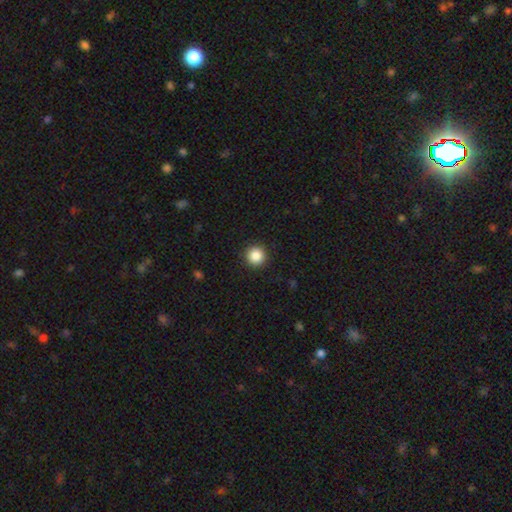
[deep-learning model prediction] A smooth galaxy with no disk features (87%) that is round (96%).

Vote fractions:
- Smooth or featured? smooth: 87% / star or artifact: 10% / featured or disk: 4%
- How rounded? round: 96% / in between: 3% / cigar-shaped: 1%
- Merging? none: 93% / minor disturbance: 5% / major disturbance: 2% / merger: 1%